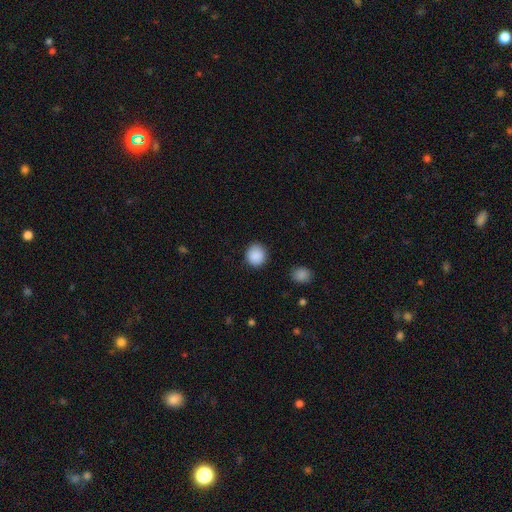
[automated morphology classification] Smooth or featured?
  - smooth: 89% *
  - star or artifact: 8%
  - featured or disk: 3%
How rounded?
  - round: 88% *
  - in between: 11%
  - cigar-shaped: 1%
Merging?
  - none: 88% *
  - minor disturbance: 8%
  - major disturbance: 2%
  - merger: 1%